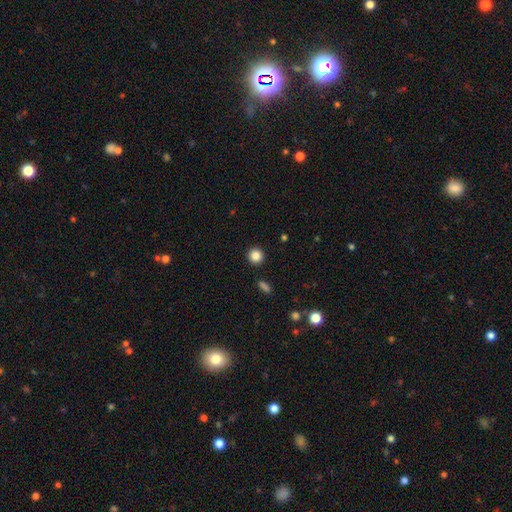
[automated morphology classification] This is clearly a smooth galaxy (86%). How rounded: clearly round (93%). Merging: clearly none (92%).